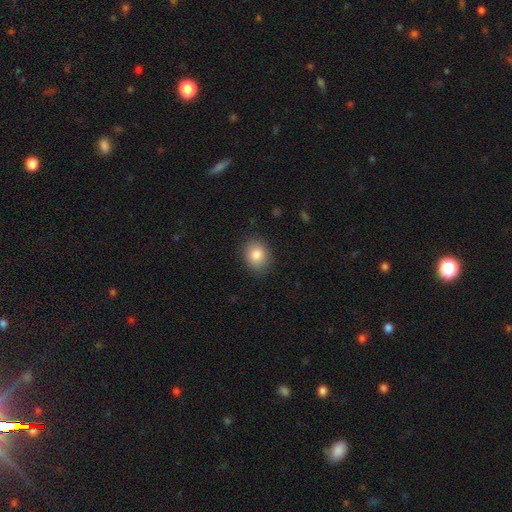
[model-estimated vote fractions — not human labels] Smooth or featured?
  - smooth: 84% *
  - star or artifact: 9%
  - featured or disk: 7%
How rounded?
  - round: 53% *
  - in between: 47%
  - cigar-shaped: 1%
Merging?
  - none: 87% *
  - minor disturbance: 10%
  - major disturbance: 2%
  - merger: 1%